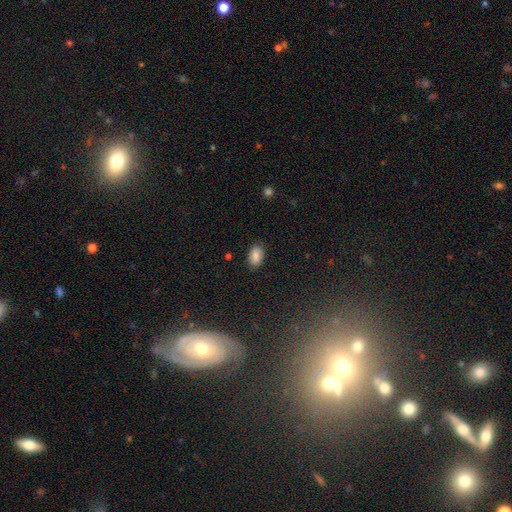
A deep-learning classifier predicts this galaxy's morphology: This appears to be a smooth galaxy with no disk features (83%) that is in between round and cigar-shaped (89%). Merging: none (84%).